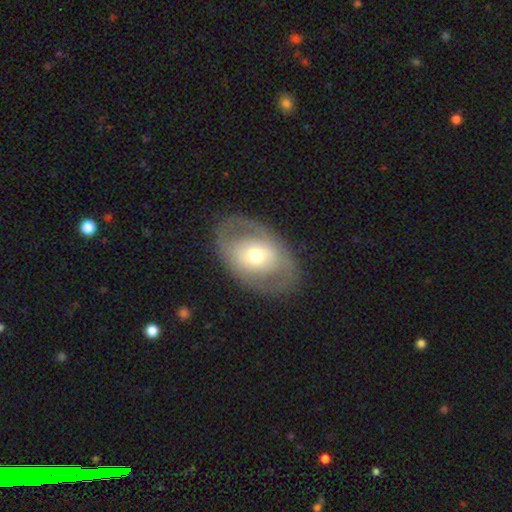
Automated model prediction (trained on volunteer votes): smooth-or-featured: featured or disk: 53% | smooth: 41% | star or artifact: 6%
  disk-edge-on: no: 91% | yes: 9%
  merging: none: 79% | minor disturbance: 12% | major disturbance: 7% | merger: 1%